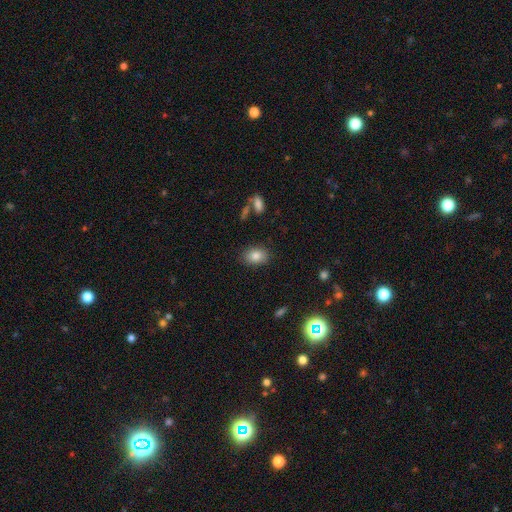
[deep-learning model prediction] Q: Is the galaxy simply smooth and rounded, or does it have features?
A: smooth — 84%.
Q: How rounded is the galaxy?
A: in between — 80%.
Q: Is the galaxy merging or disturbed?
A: none — 85%.